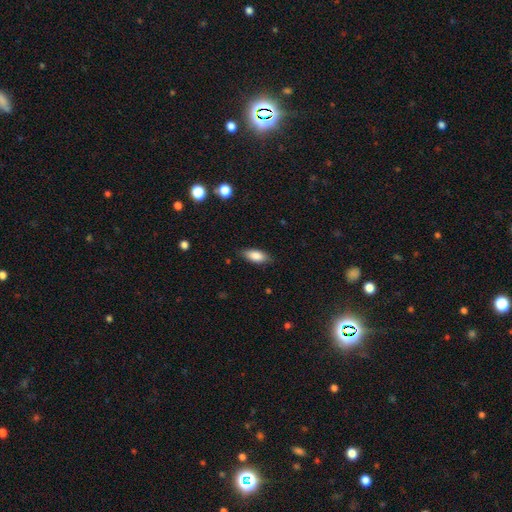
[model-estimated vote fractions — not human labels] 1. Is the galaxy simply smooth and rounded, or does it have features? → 84% smooth, 10% featured or disk, 7% star or artifact.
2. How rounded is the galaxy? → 81% in between, 17% cigar-shaped, 2% round.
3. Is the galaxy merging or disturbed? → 83% none, 13% minor disturbance, 3% major disturbance, 1% merger.